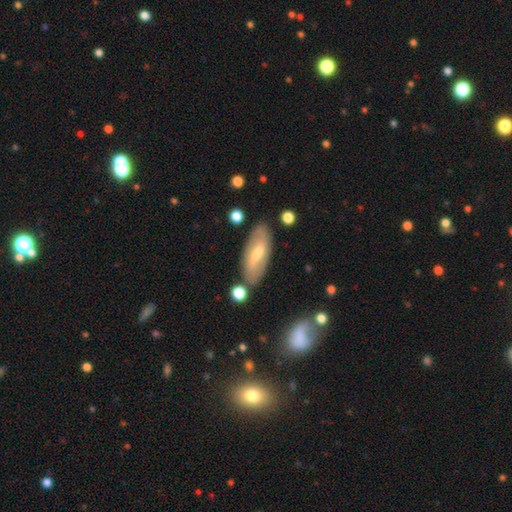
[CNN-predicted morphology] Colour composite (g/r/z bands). It shows a featured or disk galaxy (47%). Merging: none (81%).